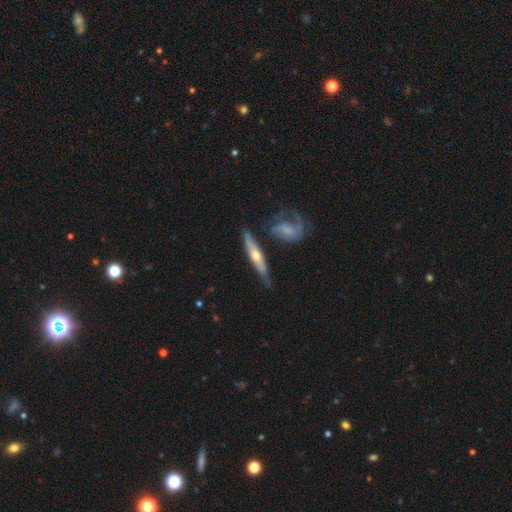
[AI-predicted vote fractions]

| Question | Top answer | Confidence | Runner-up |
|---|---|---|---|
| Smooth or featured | featured or disk | 61% | smooth (33%) |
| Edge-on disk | yes | 79% | no (21%) |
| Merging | none | 66% | minor disturbance (20%) |